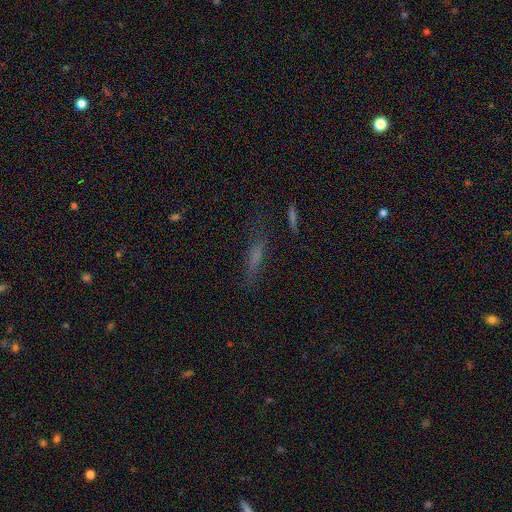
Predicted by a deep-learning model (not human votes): A smooth galaxy with no disk features (46%). Merging: none (68%).